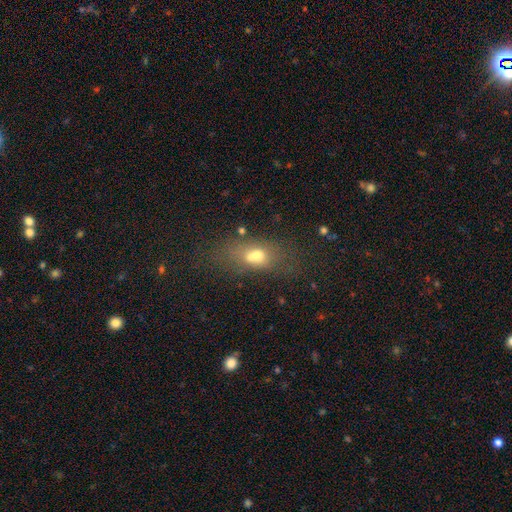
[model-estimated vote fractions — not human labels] Overall: smooth (58%; featured or disk 24%). How rounded: in between (66%). Merging: none (41%; merger 38%).